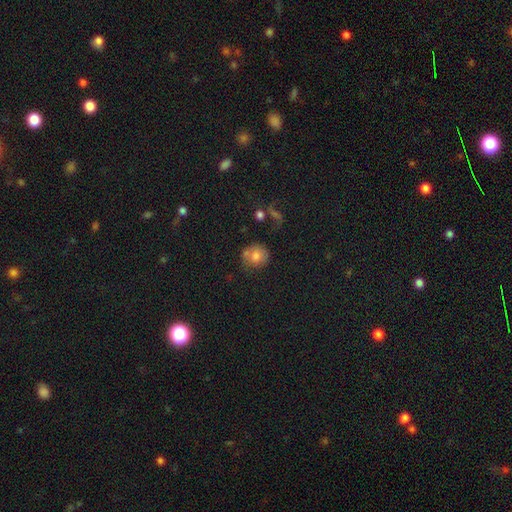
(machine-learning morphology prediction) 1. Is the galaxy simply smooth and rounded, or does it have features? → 71% smooth, 19% featured or disk, 11% star or artifact.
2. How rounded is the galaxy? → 80% round, 19% in between, 1% cigar-shaped.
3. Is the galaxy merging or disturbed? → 57% none, 21% minor disturbance, 14% merger, 8% major disturbance.